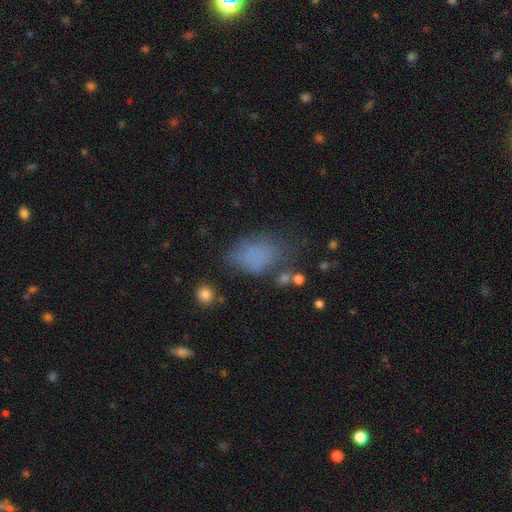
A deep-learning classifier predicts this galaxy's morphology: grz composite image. It shows a smooth galaxy with no disk features (68%) that is in between round and cigar-shaped (82%). Merging: none (43%).